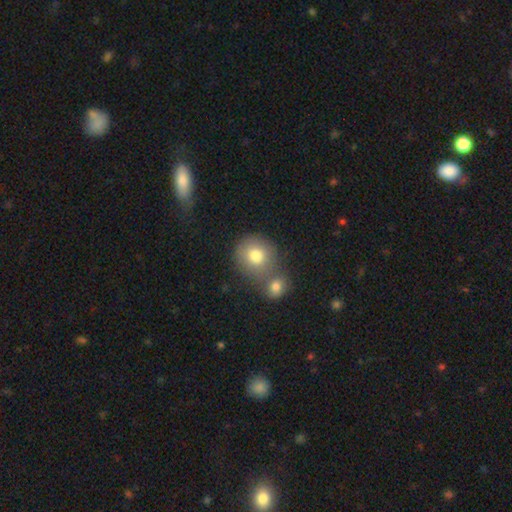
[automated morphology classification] smooth_or_featured: smooth (p=0.80) [alt: featured or disk p=0.11]
how_rounded: round (p=0.79) [alt: in between p=0.20]
merging: none (p=0.44) [alt: merger p=0.41]